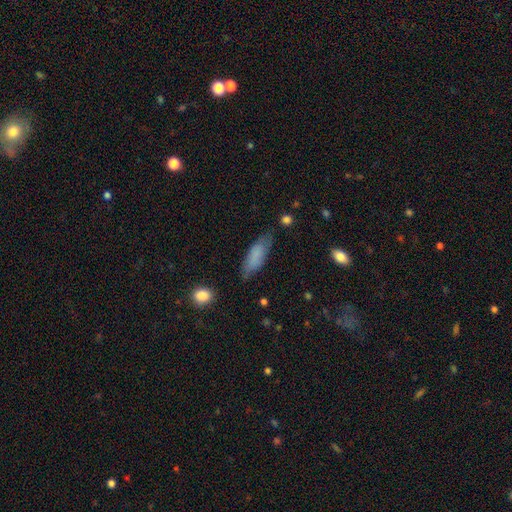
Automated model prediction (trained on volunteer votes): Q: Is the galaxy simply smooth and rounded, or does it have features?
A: smooth — 80%.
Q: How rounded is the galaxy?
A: in between — 56%.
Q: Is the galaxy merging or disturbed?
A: none — 69%.